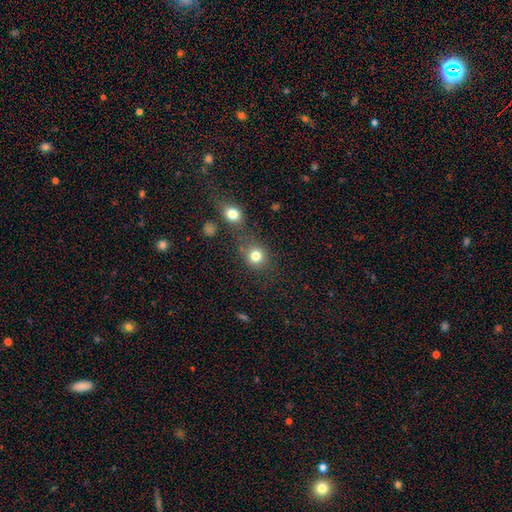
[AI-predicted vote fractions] Smooth or featured? smooth (81%)
How rounded? round (81%)
Merging? none (63%)